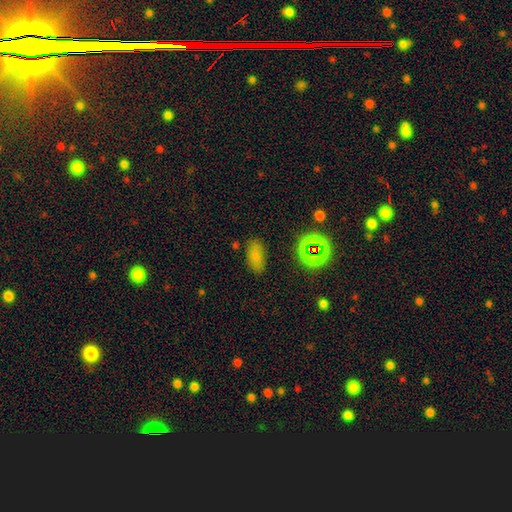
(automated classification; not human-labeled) This is likely a smooth galaxy (74%). How rounded: clearly in between (90%). Merging: clearly none (82%).